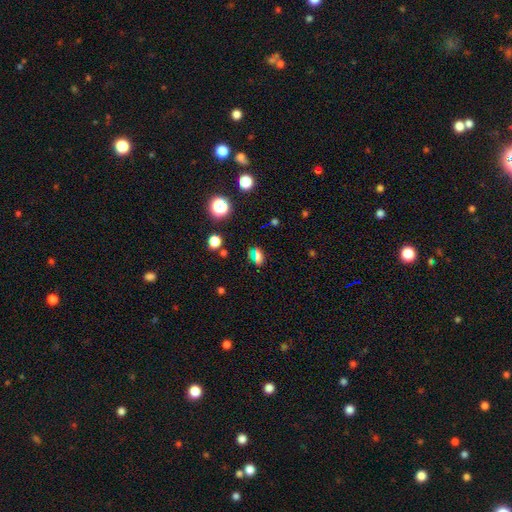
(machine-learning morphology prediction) Q: Smooth or featured?
A: smooth (61%); runner-up: star or artifact (30%)
Q: How rounded?
A: in between (63%); runner-up: round (30%)
Q: Merging?
A: none (80%); runner-up: minor disturbance (12%)